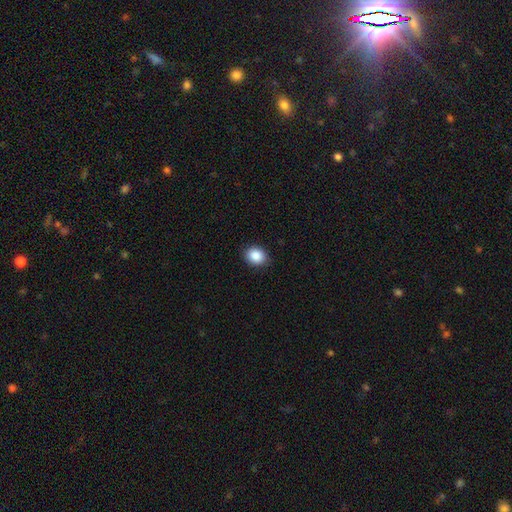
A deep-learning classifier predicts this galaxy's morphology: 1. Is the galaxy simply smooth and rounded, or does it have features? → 88% smooth, 8% star or artifact, 4% featured or disk.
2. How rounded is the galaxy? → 50% in between, 49% round, 1% cigar-shaped.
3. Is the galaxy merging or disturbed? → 88% none, 9% minor disturbance, 2% major disturbance, 1% merger.